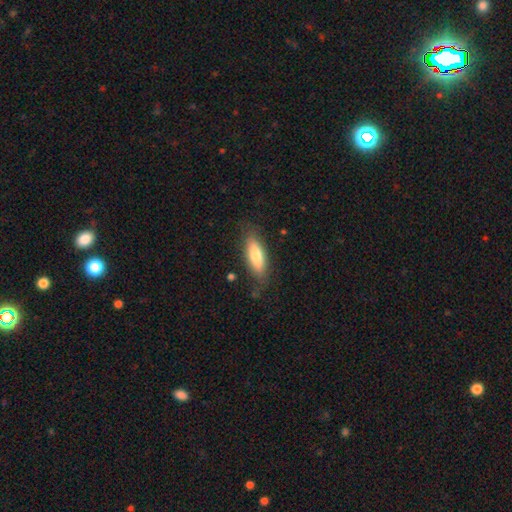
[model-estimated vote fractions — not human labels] Overall: smooth (73%). How rounded: in between (57%; cigar-shaped 41%). Merging: none (80%).